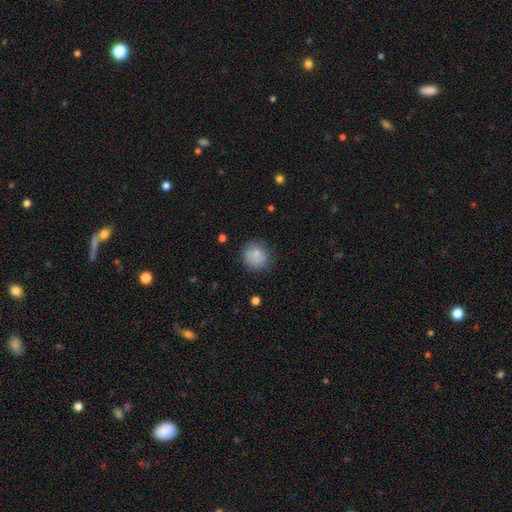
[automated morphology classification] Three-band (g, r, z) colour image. It shows a smooth galaxy with no disk features (82%) that is round (89%). Merging: none (78%).